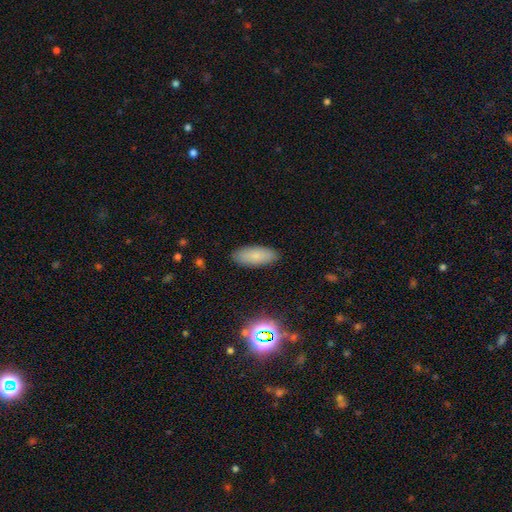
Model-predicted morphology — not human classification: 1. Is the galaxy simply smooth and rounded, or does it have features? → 78% smooth, 12% featured or disk, 10% star or artifact.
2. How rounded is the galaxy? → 76% in between, 22% cigar-shaped, 3% round.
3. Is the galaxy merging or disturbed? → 87% none, 9% minor disturbance, 2% major disturbance, 1% merger.